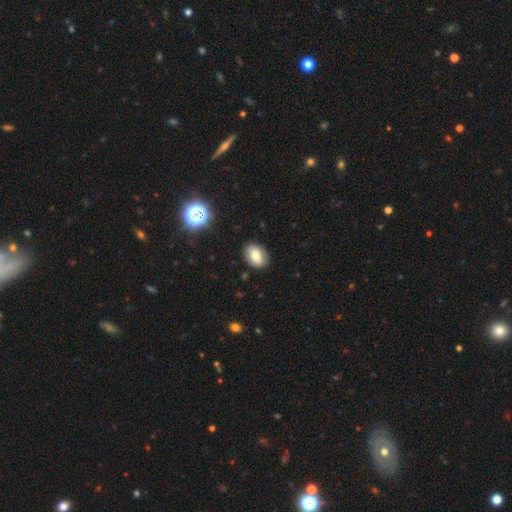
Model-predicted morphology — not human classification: smooth_or_featured: smooth (p=0.71) [alt: featured or disk p=0.18]
how_rounded: in between (p=0.80) [alt: round p=0.19]
merging: none (p=0.86) [alt: minor disturbance p=0.11]